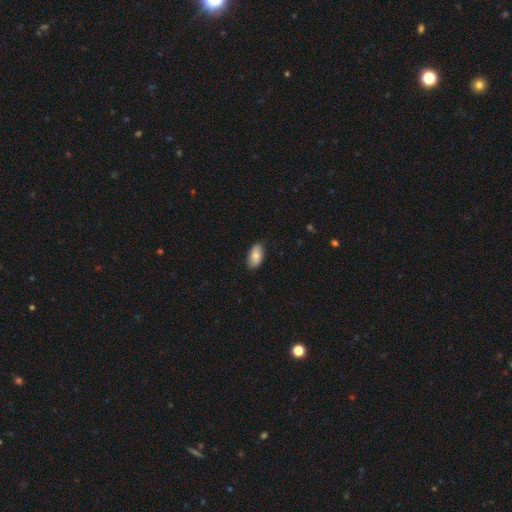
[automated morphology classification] Overall: smooth (81%). How rounded: in between (94%). Merging: none (85%).